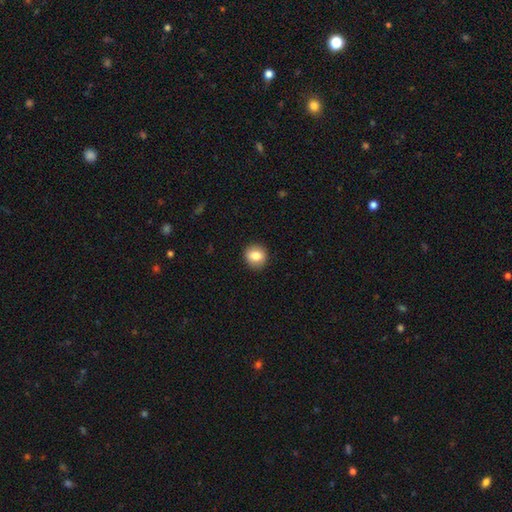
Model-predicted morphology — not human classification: type=smooth (83%); roundness=round (80%); merging=none (89%).